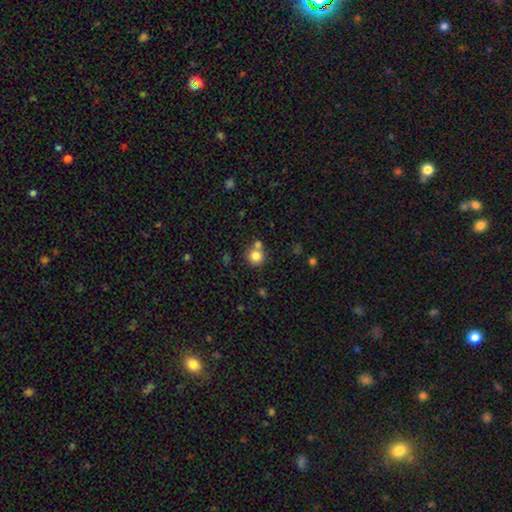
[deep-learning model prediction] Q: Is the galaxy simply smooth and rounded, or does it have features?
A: smooth — 81%.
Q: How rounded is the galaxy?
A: round — 91%.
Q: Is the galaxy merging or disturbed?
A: none — 62%.